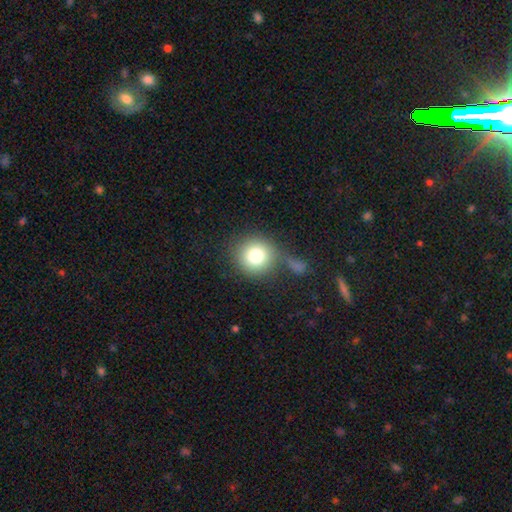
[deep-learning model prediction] The model was most divided on "merging": none: 61%, merger: 16%, minor disturbance: 14%, major disturbance: 10%. More confident: how rounded — round (91%); smooth or featured — smooth (80%).